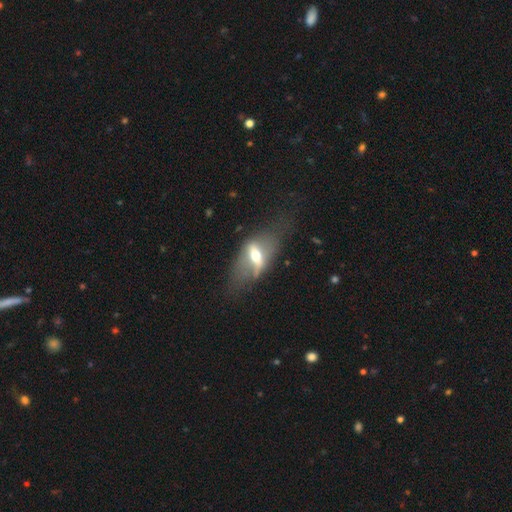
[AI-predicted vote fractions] Smooth or featured?
  - featured or disk: 63% *
  - smooth: 29%
  - star or artifact: 8%
Edge-on disk?
  - no: 65% *
  - yes: 35%
Merging?
  - none: 48% *
  - major disturbance: 29%
  - minor disturbance: 20%
  - merger: 3%